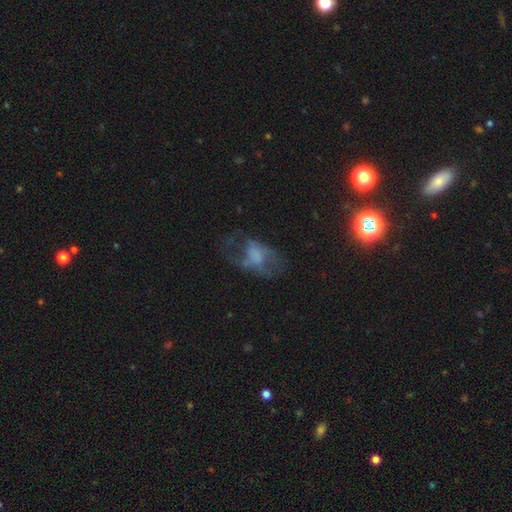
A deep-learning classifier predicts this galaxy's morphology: Smooth or featured? Predicted: featured or disk (p=0.47). Merging? Predicted: major disturbance (p=0.45).